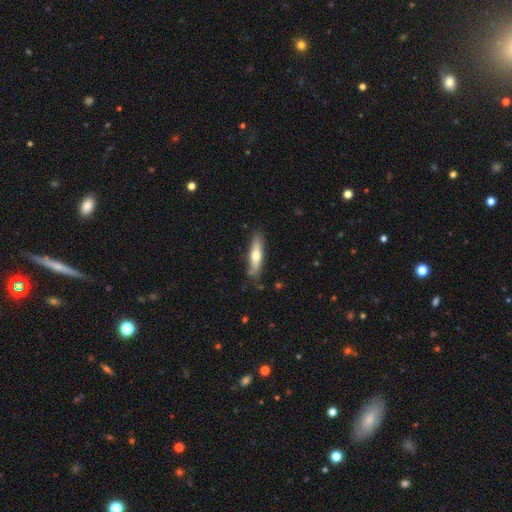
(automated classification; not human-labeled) Smooth or featured? smooth (59%)
How rounded? cigar-shaped (71%)
Merging? none (81%)